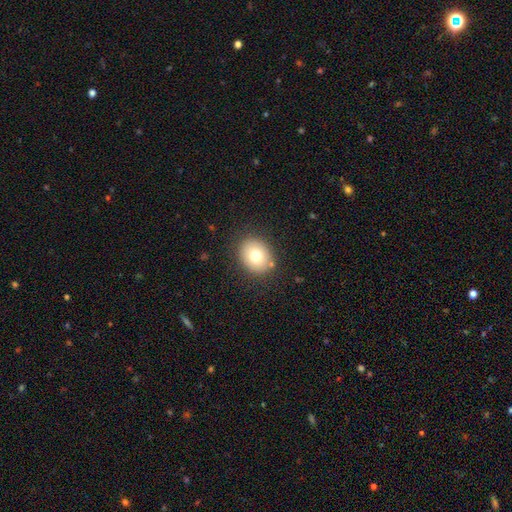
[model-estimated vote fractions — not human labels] Smooth or featured?
  - smooth: 76% *
  - featured or disk: 14%
  - star or artifact: 10%
How rounded?
  - round: 56% *
  - in between: 43%
  - cigar-shaped: 1%
Merging?
  - none: 85% *
  - minor disturbance: 10%
  - major disturbance: 3%
  - merger: 2%